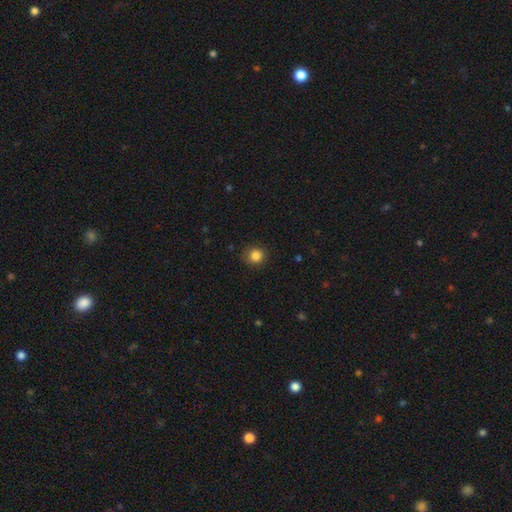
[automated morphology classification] A smooth galaxy with no disk features (85%) that is round (84%). Merging: none (85%).